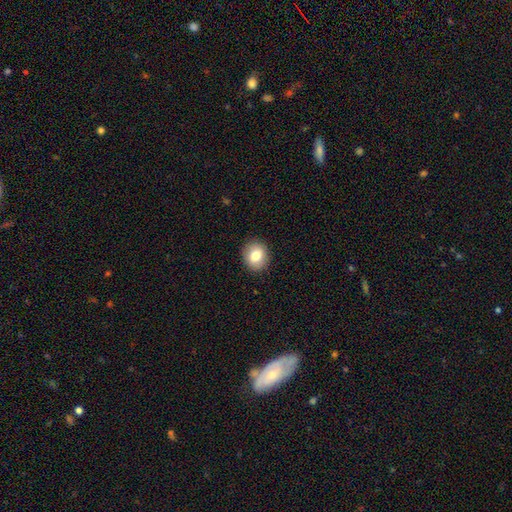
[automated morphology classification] Smooth or featured? smooth (80%)
How rounded? round (69%)
Merging? none (90%)